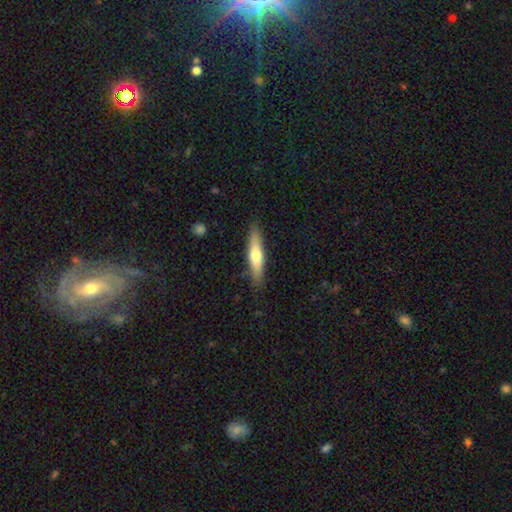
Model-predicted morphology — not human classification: This appears to be a smooth galaxy with no disk features (55%) that is cigar-shaped (81%). Merging: none (86%).